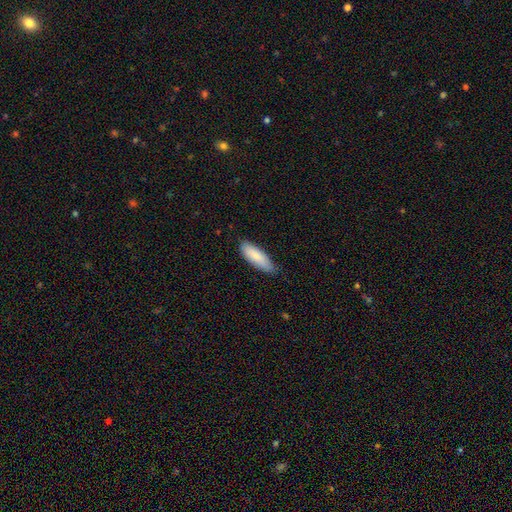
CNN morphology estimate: Q: Smooth or featured?
A: smooth (85%); runner-up: featured or disk (9%)
Q: How rounded?
A: in between (60%); runner-up: cigar-shaped (39%)
Q: Merging?
A: none (76%); runner-up: minor disturbance (21%)